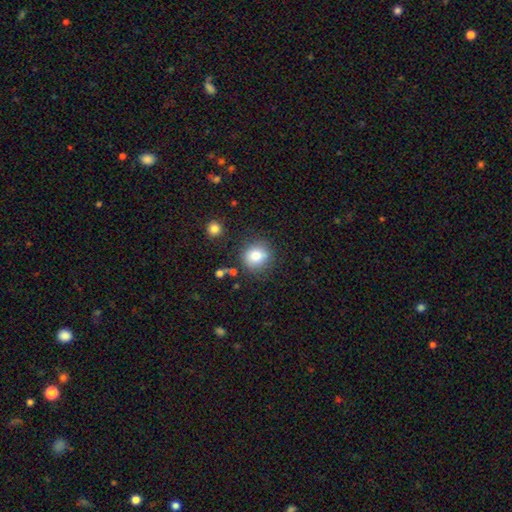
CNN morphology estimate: smooth-or-featured: smooth: 81% | star or artifact: 10% | featured or disk: 9%
  how-rounded: round: 80% | in between: 19% | cigar-shaped: 1%
  merging: none: 78% | minor disturbance: 14% | major disturbance: 4% | merger: 4%